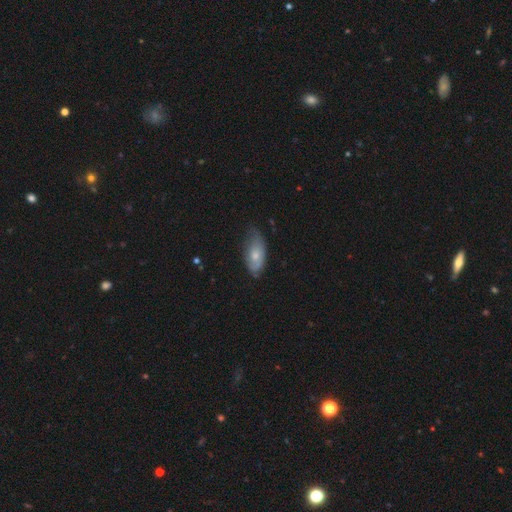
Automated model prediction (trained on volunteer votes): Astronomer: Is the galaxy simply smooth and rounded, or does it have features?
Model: smooth — 60%.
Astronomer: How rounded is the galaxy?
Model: in between — 89%.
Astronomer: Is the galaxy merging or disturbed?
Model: none — 49% (runner-up: minor disturbance, 39%).